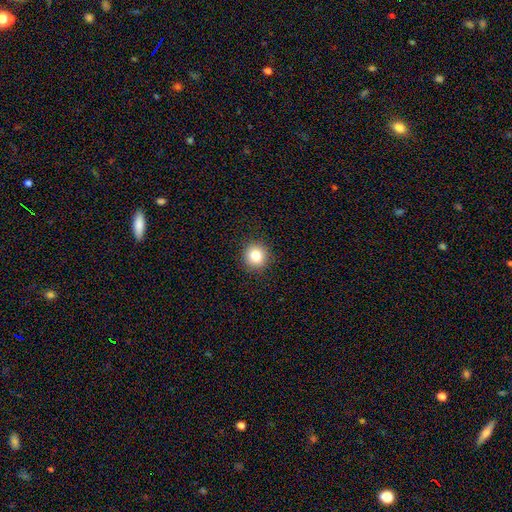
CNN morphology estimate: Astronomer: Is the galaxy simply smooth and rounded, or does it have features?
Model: smooth — 82%.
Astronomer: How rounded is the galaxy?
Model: round — 93%.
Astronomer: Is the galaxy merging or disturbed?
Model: none — 92%.